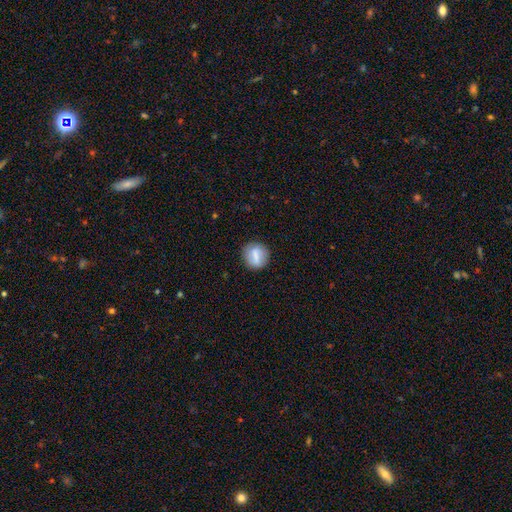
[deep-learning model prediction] Morphology: type=smooth (63%); roundness=round (76%); merging=none (83%).